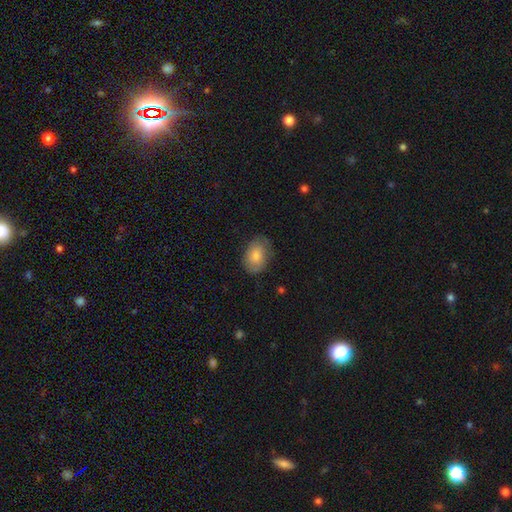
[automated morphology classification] Smooth or featured? smooth (78%)
How rounded? in between (81%)
Merging? none (76%)